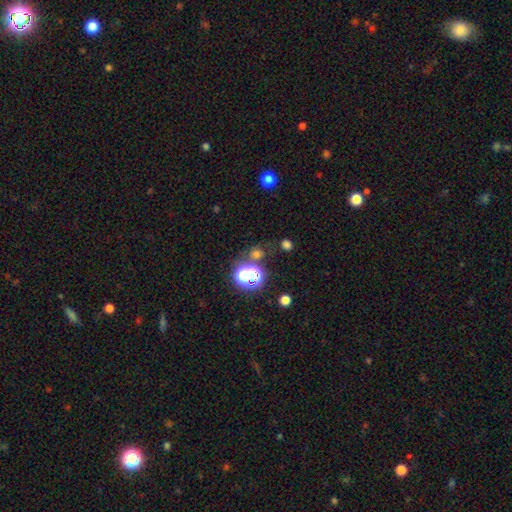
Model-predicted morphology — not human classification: This is possibly a star or artifact rather than a galaxy (60%).